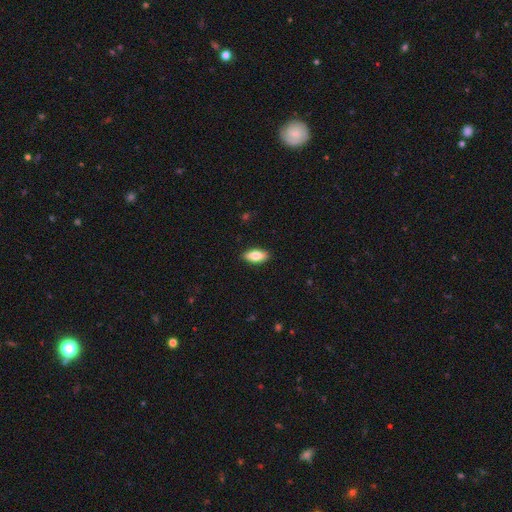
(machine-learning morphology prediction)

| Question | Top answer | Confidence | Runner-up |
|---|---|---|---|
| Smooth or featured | smooth | 78% | featured or disk (15%) |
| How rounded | in between | 82% | cigar-shaped (15%) |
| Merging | none | 89% | minor disturbance (9%) |